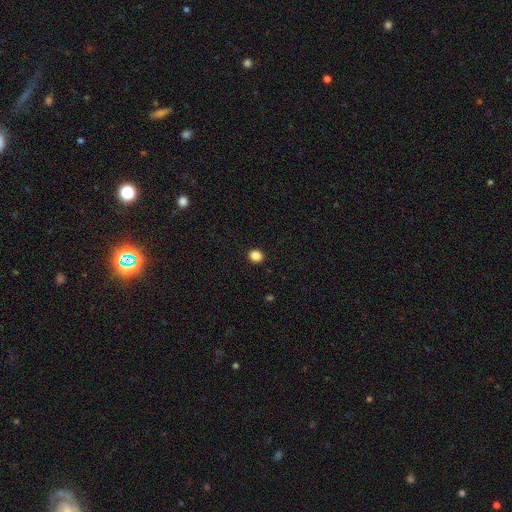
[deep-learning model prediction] This is clearly a smooth galaxy (86%). How rounded: likely round (80%). Merging: clearly none (92%).